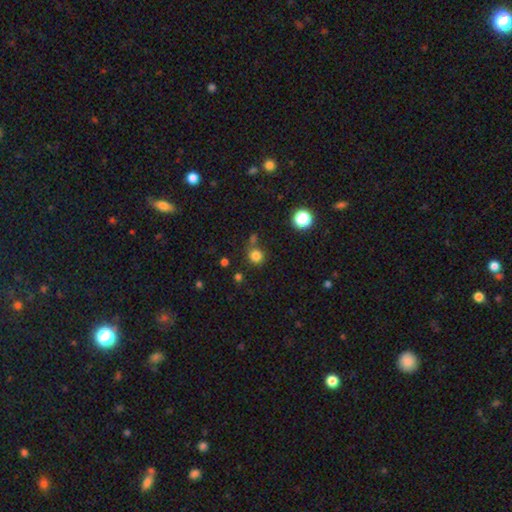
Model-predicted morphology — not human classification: The model was most divided on "merging": none: 75%, merger: 12%, minor disturbance: 10%, major disturbance: 4%. More confident: how rounded — round (91%); smooth or featured — smooth (80%).